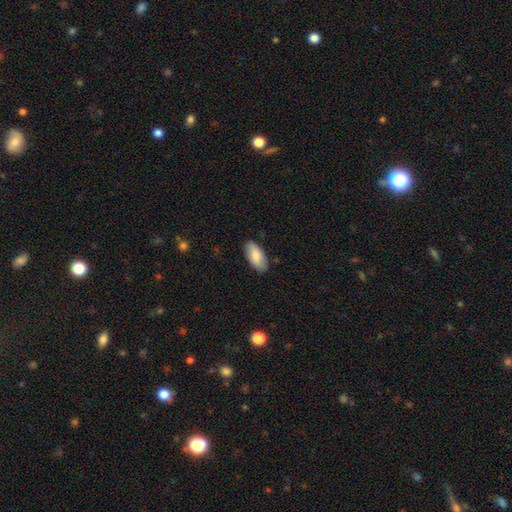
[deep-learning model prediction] Smooth or featured? smooth (75%)
How rounded? in between (91%)
Merging? none (85%)